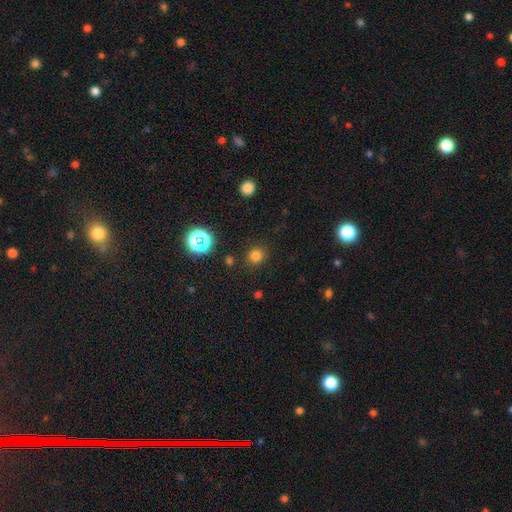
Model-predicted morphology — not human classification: Q: Smooth or featured?
A: smooth (76%); runner-up: star or artifact (19%)
Q: How rounded?
A: round (89%); runner-up: in between (10%)
Q: Merging?
A: none (86%); runner-up: minor disturbance (8%)